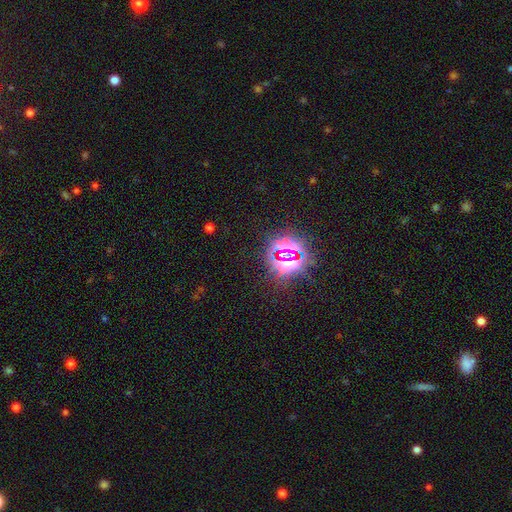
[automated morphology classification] Q: Smooth or featured?
A: star or artifact (80%); runner-up: smooth (13%)